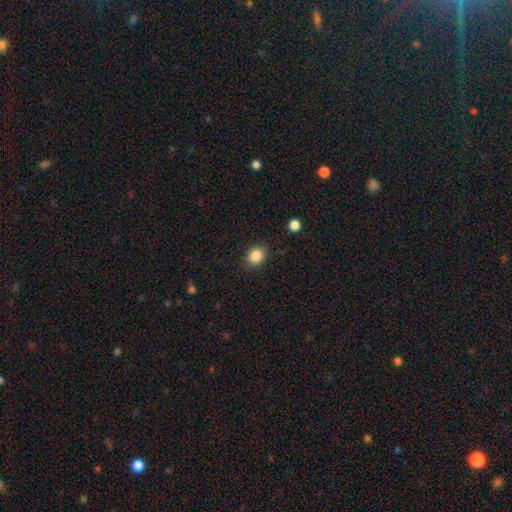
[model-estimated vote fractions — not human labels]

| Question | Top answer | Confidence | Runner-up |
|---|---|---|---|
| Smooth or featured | smooth | 86% | star or artifact (10%) |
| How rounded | round | 57% | in between (42%) |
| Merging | none | 87% | minor disturbance (9%) |